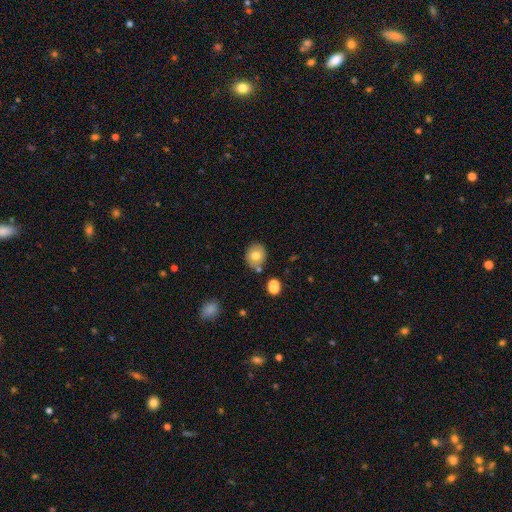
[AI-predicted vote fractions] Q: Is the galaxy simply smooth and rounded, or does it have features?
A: smooth — 74%.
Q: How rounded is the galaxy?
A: round — 72%.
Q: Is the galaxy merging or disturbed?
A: none — 75%.